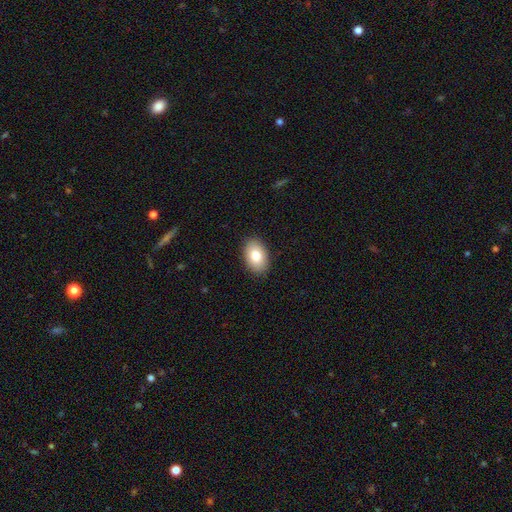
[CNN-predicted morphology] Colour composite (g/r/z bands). It shows a smooth galaxy with no disk features (82%) that is in between round and cigar-shaped (90%). Merging: none (89%).